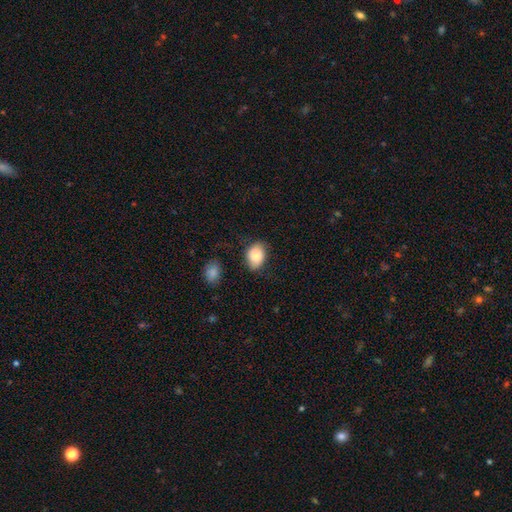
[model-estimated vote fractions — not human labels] smooth 80%, featured or disk 13%, star or artifact 7%. Down the decision tree: how rounded — in between (77%); merging — none (73%).